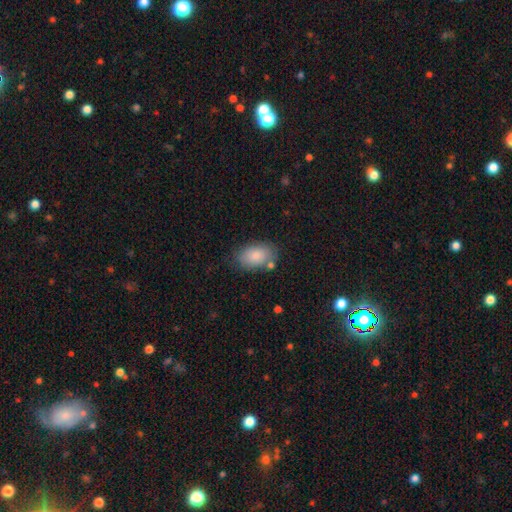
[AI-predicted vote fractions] This appears to be a smooth galaxy with no disk features (84%) that is in between round and cigar-shaped (90%). Merging: none (71%).